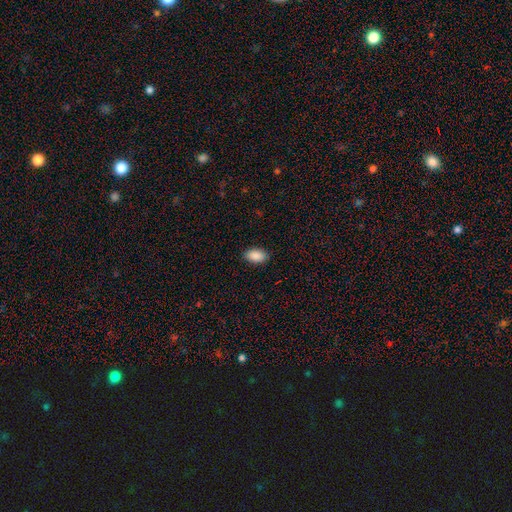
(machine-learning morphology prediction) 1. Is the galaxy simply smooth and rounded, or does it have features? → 90% smooth, 7% star or artifact, 3% featured or disk.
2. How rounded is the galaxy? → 93% in between, 5% round, 2% cigar-shaped.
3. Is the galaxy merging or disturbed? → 89% none, 8% minor disturbance, 2% major disturbance, 1% merger.